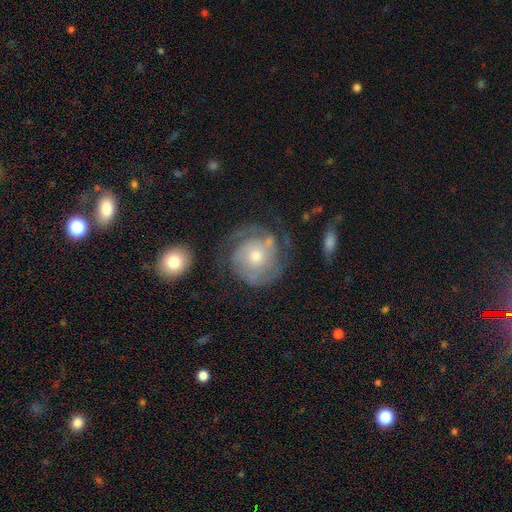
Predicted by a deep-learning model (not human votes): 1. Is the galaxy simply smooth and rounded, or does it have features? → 80% featured or disk, 14% smooth, 6% star or artifact.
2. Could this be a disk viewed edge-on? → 98% no, 2% yes.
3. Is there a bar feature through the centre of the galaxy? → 78% no, 18% weak, 4% strong.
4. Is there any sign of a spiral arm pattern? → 92% yes, 8% no.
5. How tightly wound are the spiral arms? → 65% tight, 27% medium, 8% loose.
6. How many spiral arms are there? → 49% 2, 23% can't tell, 14% 3, 7% 1, 4% 4, 4% more than 4.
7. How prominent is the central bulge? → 50% moderate, 44% small, 3% large, 1% none, 1% dominant.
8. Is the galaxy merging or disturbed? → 64% none, 18% minor disturbance, 13% major disturbance, 5% merger.